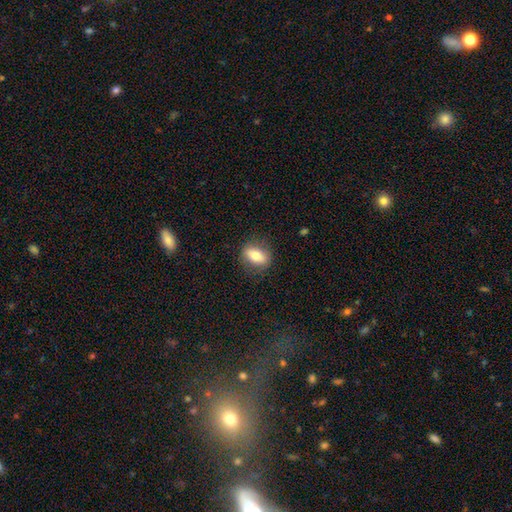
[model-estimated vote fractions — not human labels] Smooth or featured?
  - smooth: 72% *
  - featured or disk: 20%
  - star or artifact: 8%
How rounded?
  - in between: 76% *
  - round: 19%
  - cigar-shaped: 6%
Merging?
  - none: 82% *
  - minor disturbance: 13%
  - major disturbance: 4%
  - merger: 1%